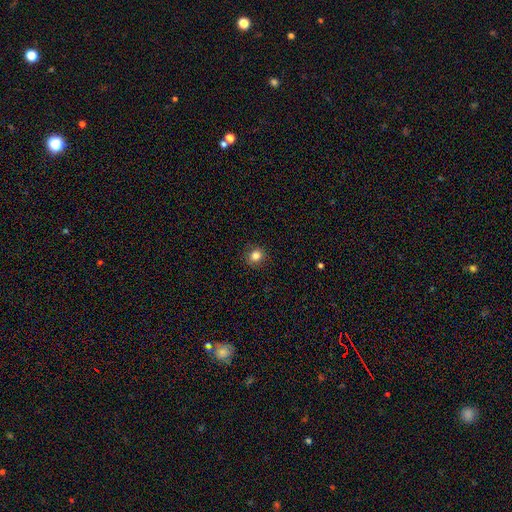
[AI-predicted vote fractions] Q: Smooth or featured?
A: smooth (83%); runner-up: star or artifact (12%)
Q: How rounded?
A: round (83%); runner-up: in between (16%)
Q: Merging?
A: none (90%); runner-up: minor disturbance (7%)